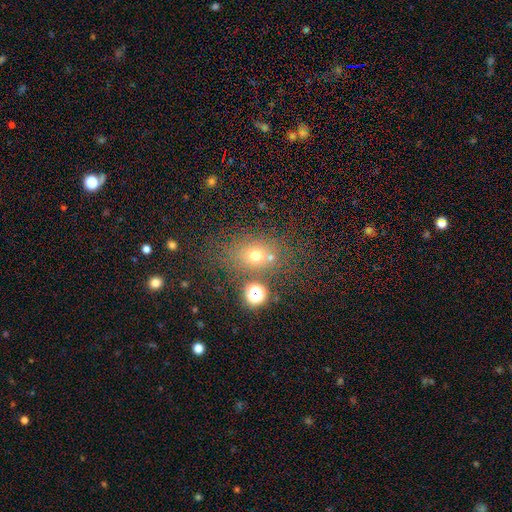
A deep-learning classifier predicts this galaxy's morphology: Q: Smooth or featured?
A: smooth (64%); runner-up: star or artifact (22%)
Q: How rounded?
A: in between (50%); runner-up: round (49%)
Q: Merging?
A: none (63%); runner-up: merger (15%)